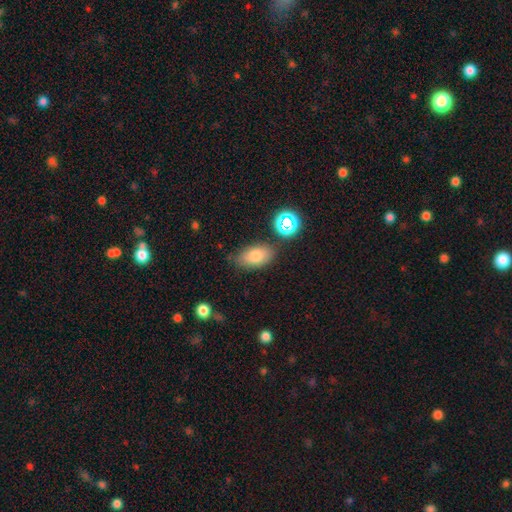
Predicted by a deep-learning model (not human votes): Smooth or featured: smooth — 78% (star or artifact — 11%)
How rounded: in between — 89% (round — 8%)
Merging: none — 77% (minor disturbance — 14%)